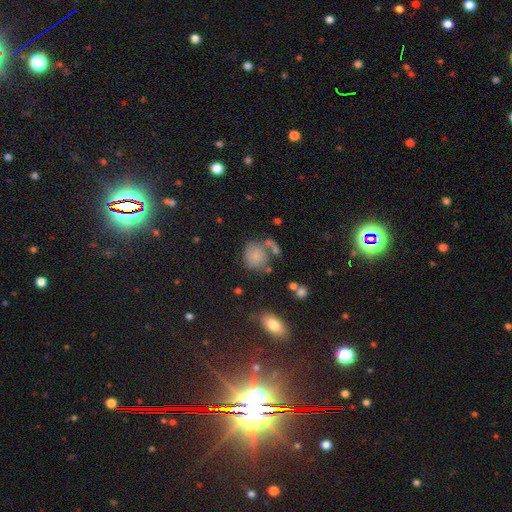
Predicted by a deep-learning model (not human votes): Smooth or featured?
  - smooth: 72% *
  - featured or disk: 18%
  - star or artifact: 10%
How rounded?
  - round: 76% *
  - in between: 23%
  - cigar-shaped: 1%
Merging?
  - none: 49% *
  - merger: 21%
  - minor disturbance: 19%
  - major disturbance: 12%